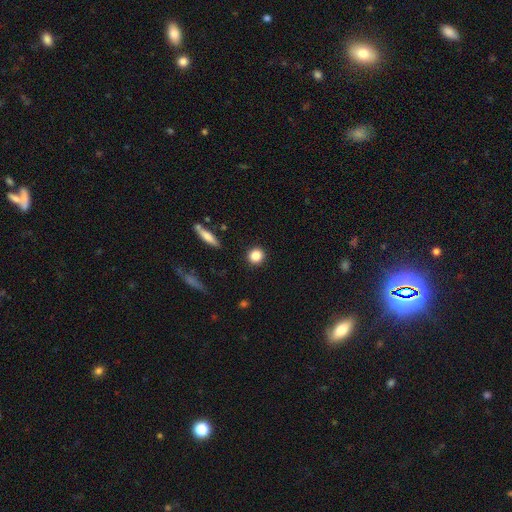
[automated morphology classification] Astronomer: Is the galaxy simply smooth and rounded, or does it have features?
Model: smooth — 84%.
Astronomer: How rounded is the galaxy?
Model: round — 90%.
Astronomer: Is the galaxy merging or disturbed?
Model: none — 91%.